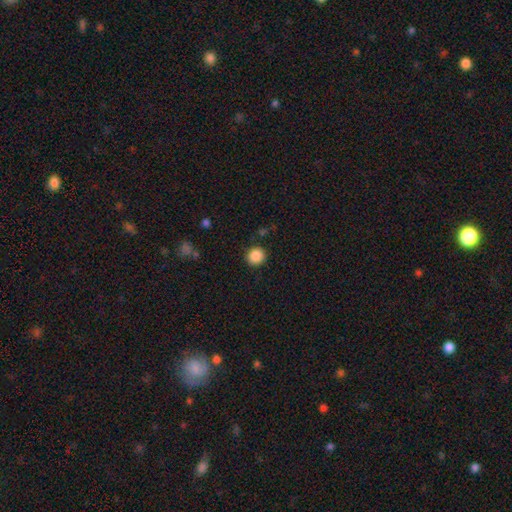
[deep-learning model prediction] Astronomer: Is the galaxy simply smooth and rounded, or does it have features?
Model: smooth — 87%.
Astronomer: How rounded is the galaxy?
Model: round — 92%.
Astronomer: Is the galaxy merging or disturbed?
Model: none — 90%.